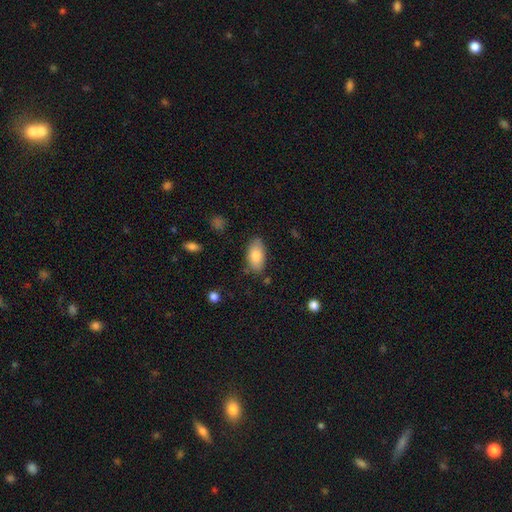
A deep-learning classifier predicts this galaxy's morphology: A smooth galaxy with no disk features (82%) that is in between round and cigar-shaped (93%). Merging: none (81%).